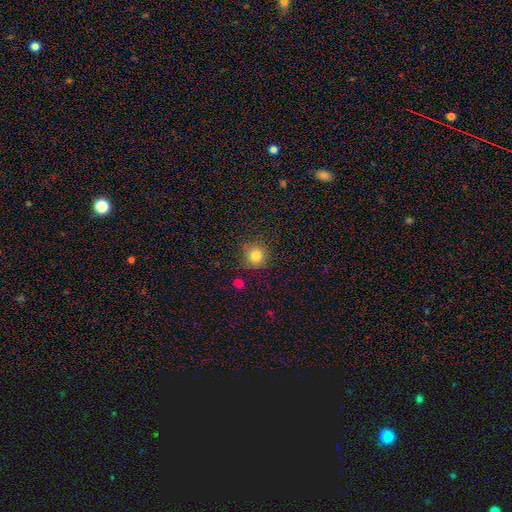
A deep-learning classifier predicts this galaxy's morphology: smooth 83%, star or artifact 12%, featured or disk 5%. Down the decision tree: how rounded — round (91%); merging — none (82%).